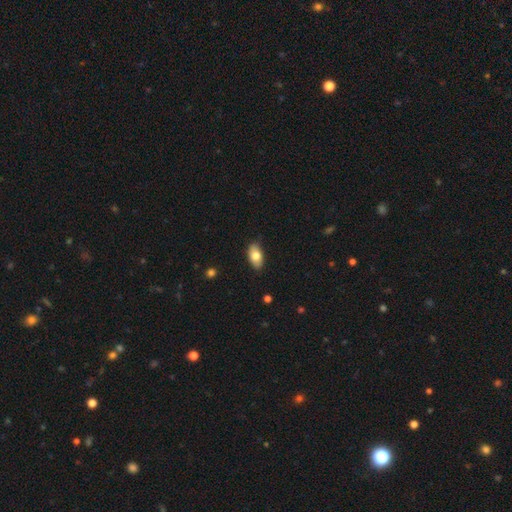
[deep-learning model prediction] Smooth or featured?
  - smooth: 77% *
  - featured or disk: 16%
  - star or artifact: 7%
How rounded?
  - in between: 92% *
  - round: 5%
  - cigar-shaped: 4%
Merging?
  - none: 82% *
  - minor disturbance: 14%
  - major disturbance: 2%
  - merger: 1%